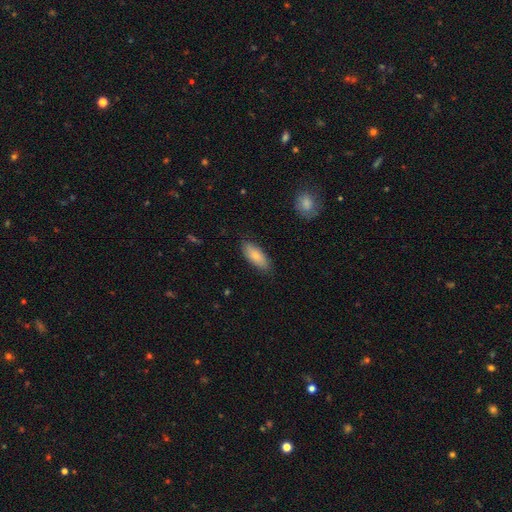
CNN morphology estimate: Smooth or featured: smooth — 79% (featured or disk — 15%)
How rounded: in between — 81% (cigar-shaped — 17%)
Merging: none — 81% (minor disturbance — 15%)